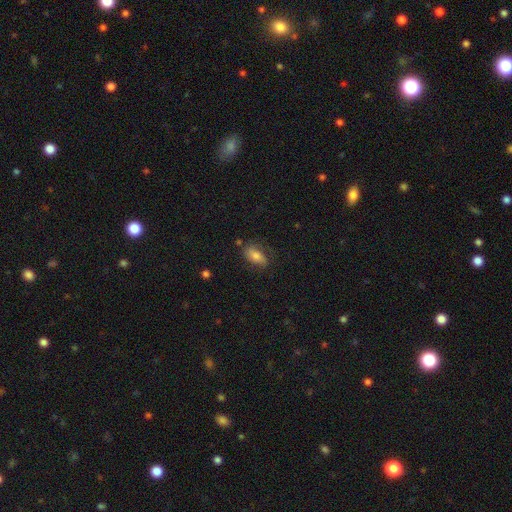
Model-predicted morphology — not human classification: A smooth galaxy with no disk features (69%) that is in between round and cigar-shaped (87%). Merging: none (64%).